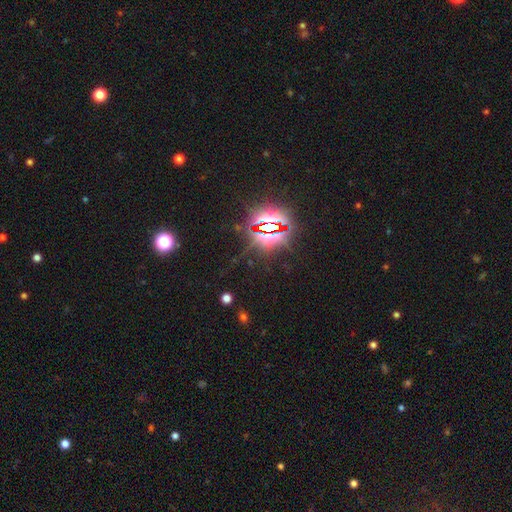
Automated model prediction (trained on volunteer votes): A star or artifact, not a galaxy (84%).